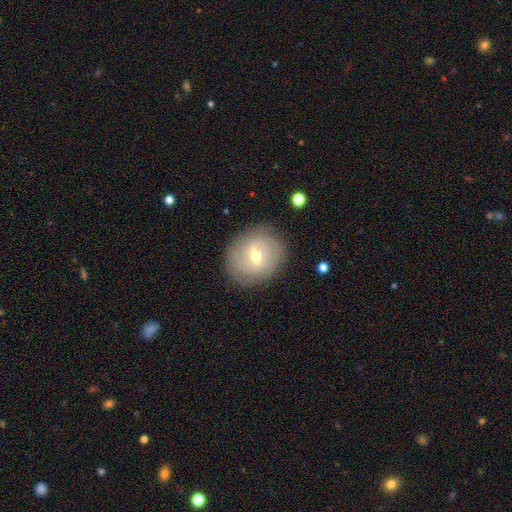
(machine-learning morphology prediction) Smooth or featured? Predicted: featured or disk (p=0.54). Edge-on disk? Predicted: no (p=0.95). Bar? Predicted: weak (p=0.58). Spiral arms? Predicted: yes (p=0.58). Bulge size? Predicted: moderate (p=0.56). Merging? Predicted: none (p=0.84).